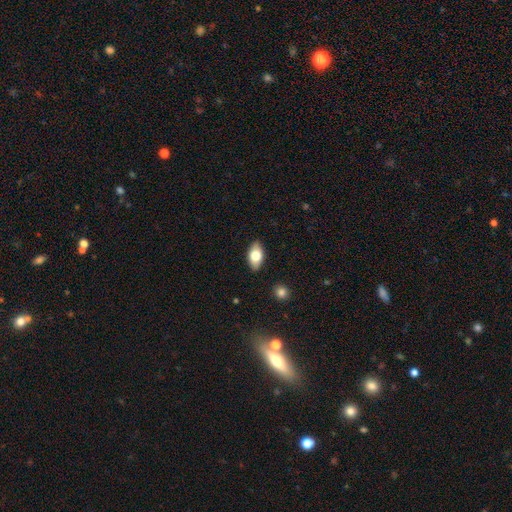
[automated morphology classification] type=smooth (72%); roundness=in between (90%); merging=none (87%).